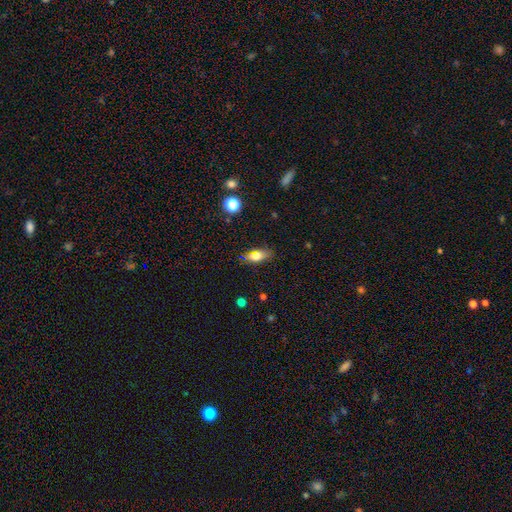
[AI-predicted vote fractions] Overall: smooth (72%). How rounded: in between (79%). Merging: none (77%).